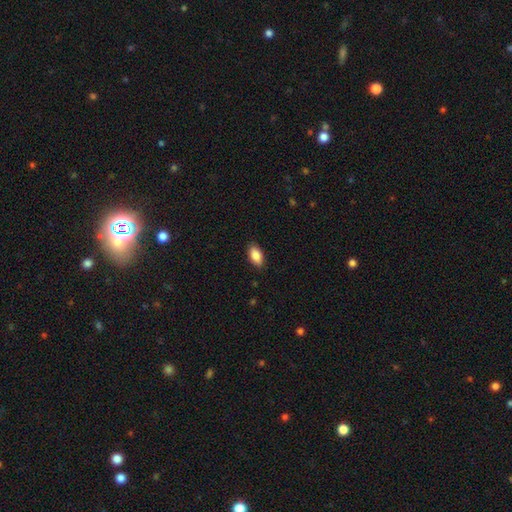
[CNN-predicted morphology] This is clearly a smooth galaxy (88%). How rounded: clearly in between (92%). Merging: clearly none (88%).